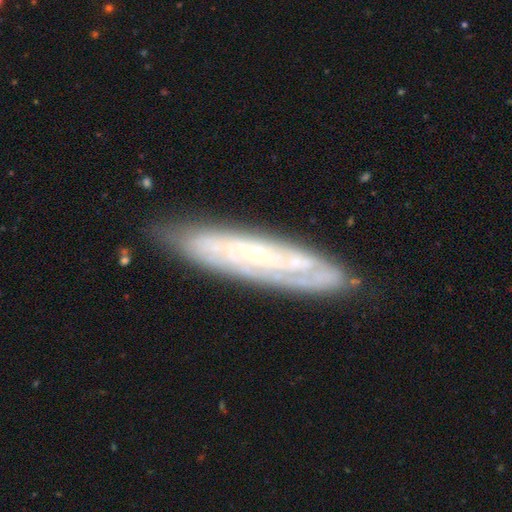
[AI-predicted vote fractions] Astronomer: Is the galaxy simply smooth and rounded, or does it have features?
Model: featured or disk — 77%.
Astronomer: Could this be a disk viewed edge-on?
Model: no — 69%.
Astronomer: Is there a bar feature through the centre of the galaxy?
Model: no — 64%.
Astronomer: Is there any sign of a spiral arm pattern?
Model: yes — 88%.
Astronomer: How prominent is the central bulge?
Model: small — 74%.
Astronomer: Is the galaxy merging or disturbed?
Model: none — 78%.